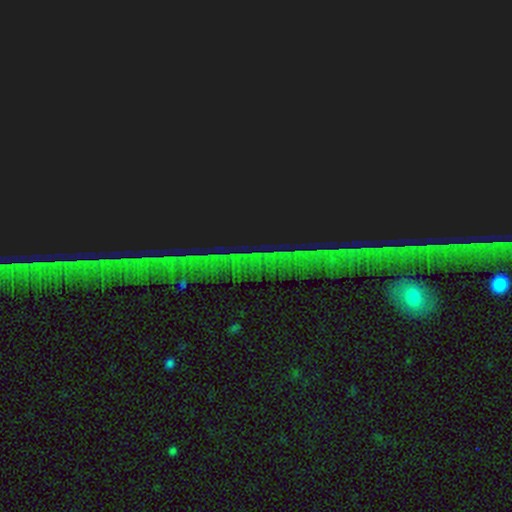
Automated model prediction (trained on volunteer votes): smooth-or-featured: star or artifact: 84% | featured or disk: 8% | smooth: 8%